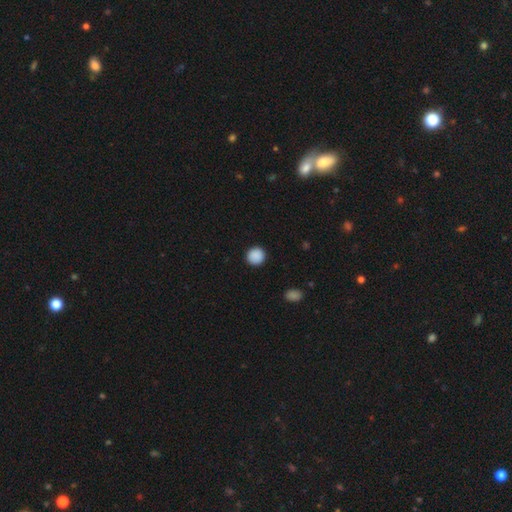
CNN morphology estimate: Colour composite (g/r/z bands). It shows a smooth galaxy with no disk features (90%) that is round (94%). Merging: none (92%).